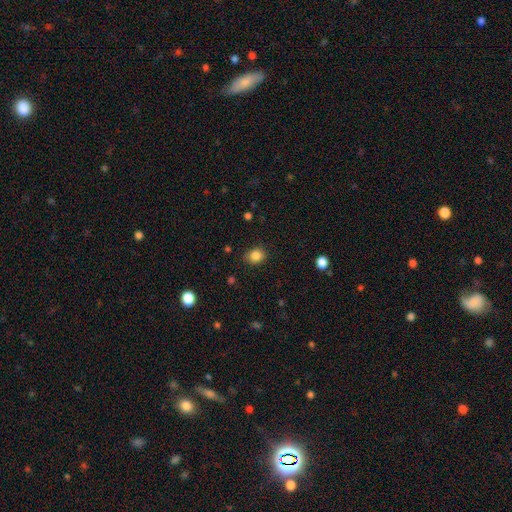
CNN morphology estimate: A smooth galaxy with no disk features (85%) that is round (55%). Merging: none (82%).